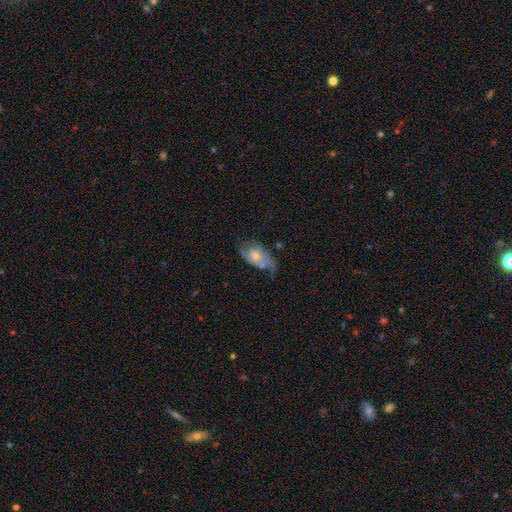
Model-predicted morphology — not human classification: type=featured or disk (61%); edge-on=no (94%); bar=no (71%); spiral arms=yes (79%); bulge=moderate (52%); merging=none (42%).